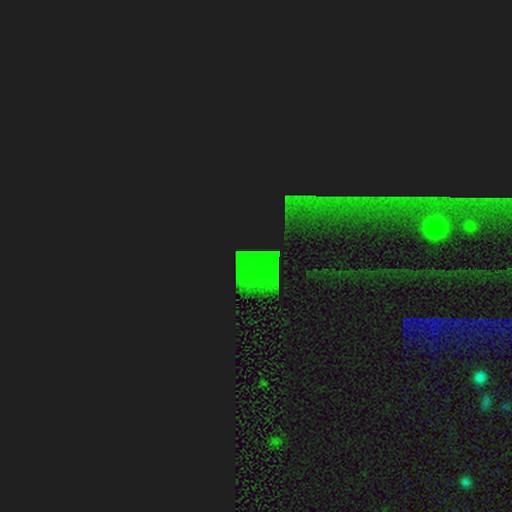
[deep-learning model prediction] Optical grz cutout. It shows a star or artifact, not a galaxy (80%).